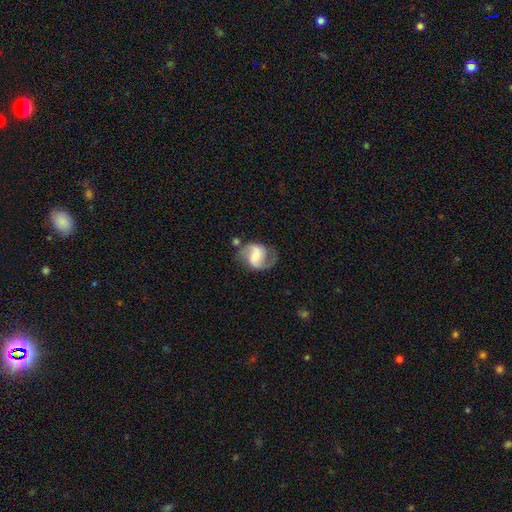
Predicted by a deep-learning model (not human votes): Q: Smooth or featured?
A: featured or disk (80%); runner-up: smooth (14%)
Q: Edge-on disk?
A: no (98%); runner-up: yes (2%)
Q: Bar?
A: weak (46%); runner-up: strong (30%)
Q: Spiral arms?
A: yes (95%); runner-up: no (5%)
Q: Spiral winding?
A: medium (50%); runner-up: loose (35%)
Q: Spiral arm count?
A: 2 (89%); runner-up: 1 (4%)
Q: Bulge size?
A: moderate (32%); tied with: small (32%)
Q: Merging?
A: none (68%); runner-up: minor disturbance (18%)